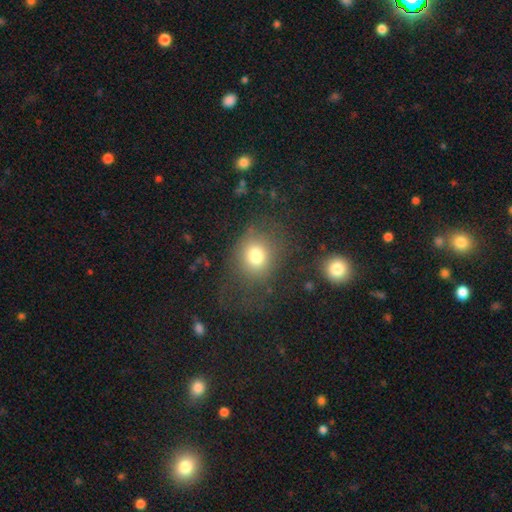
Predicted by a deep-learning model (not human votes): smooth-or-featured: smooth: 75% | star or artifact: 13% | featured or disk: 12%
  how-rounded: round: 68% | in between: 31% | cigar-shaped: 1%
  merging: none: 62% | major disturbance: 19% | minor disturbance: 16% | merger: 3%